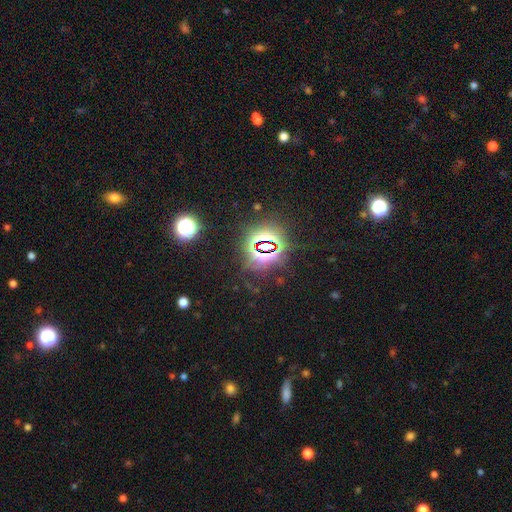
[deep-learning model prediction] Q: Smooth or featured?
A: star or artifact (81%); runner-up: smooth (12%)